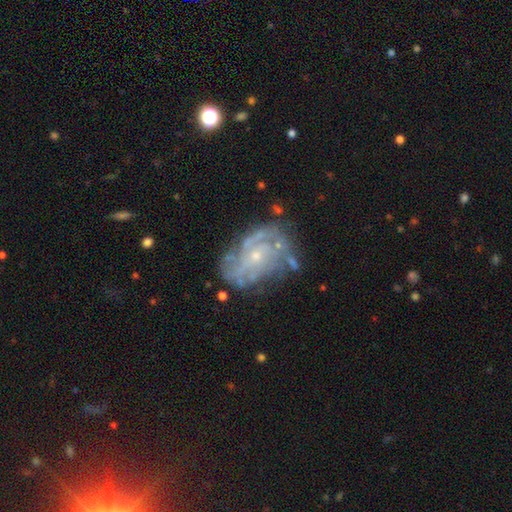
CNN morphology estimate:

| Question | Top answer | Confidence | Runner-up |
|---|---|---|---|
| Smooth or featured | featured or disk | 82% | smooth (10%) |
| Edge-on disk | no | 97% | yes (3%) |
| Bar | no | 73% | weak (23%) |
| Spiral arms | yes | 86% | no (14%) |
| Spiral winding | tight | 55% | medium (33%) |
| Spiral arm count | can't tell | 41% | 2 (20%) |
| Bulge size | small | 73% | moderate (22%) |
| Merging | none | 63% | minor disturbance (22%) |